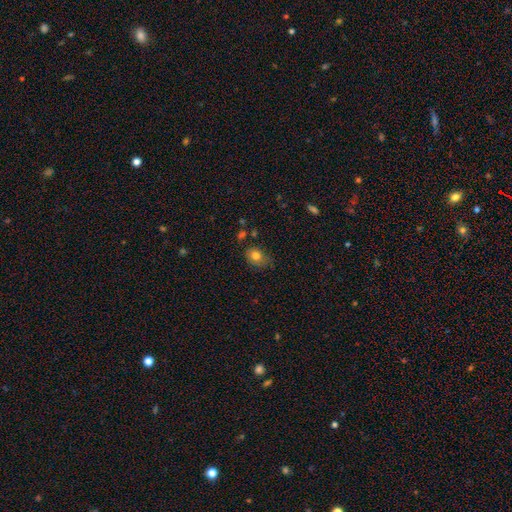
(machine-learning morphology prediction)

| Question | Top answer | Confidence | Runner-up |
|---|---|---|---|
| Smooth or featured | smooth | 80% | star or artifact (10%) |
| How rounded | in between | 56% | round (43%) |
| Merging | none | 60% | minor disturbance (29%) |